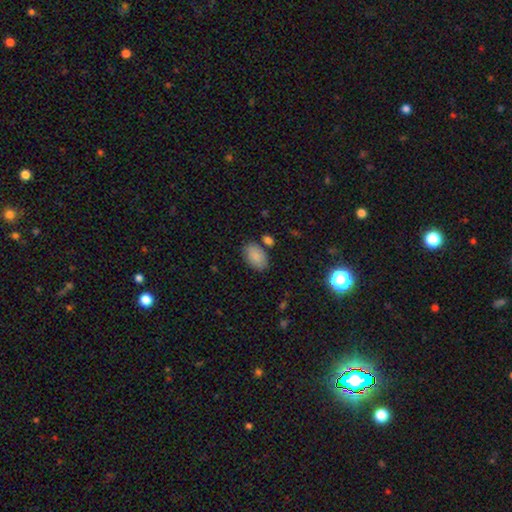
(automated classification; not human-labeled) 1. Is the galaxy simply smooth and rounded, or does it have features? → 86% smooth, 8% star or artifact, 6% featured or disk.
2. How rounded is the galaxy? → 90% in between, 8% round, 1% cigar-shaped.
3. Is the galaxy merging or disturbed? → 74% none, 15% minor disturbance, 7% merger, 4% major disturbance.